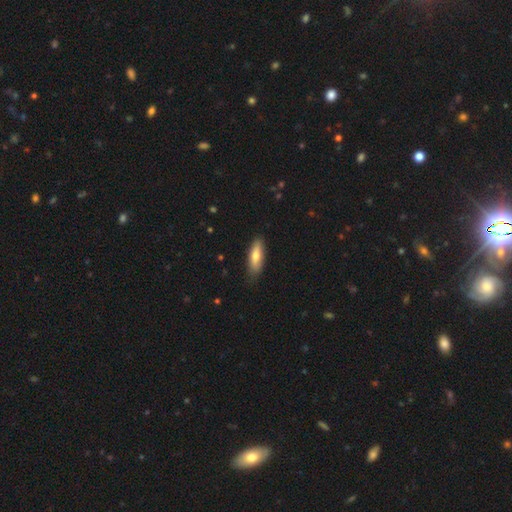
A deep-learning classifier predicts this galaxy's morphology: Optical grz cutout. It shows a smooth galaxy with no disk features (72%) that is in between round and cigar-shaped (55%). Merging: none (81%).